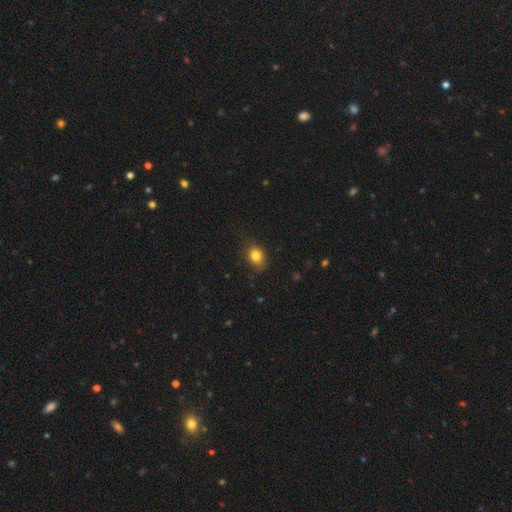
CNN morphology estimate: smooth 82%, star or artifact 11%, featured or disk 7%. Down the decision tree: how rounded — round (50%); merging — none (75%).